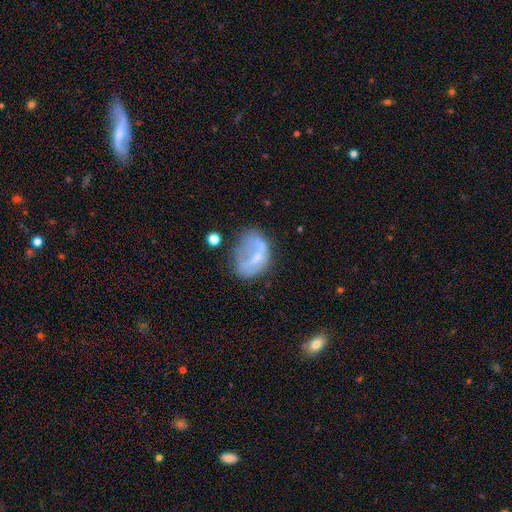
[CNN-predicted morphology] featured or disk 47%, smooth 42%, star or artifact 11%. Down the decision tree: merging — none (33%).